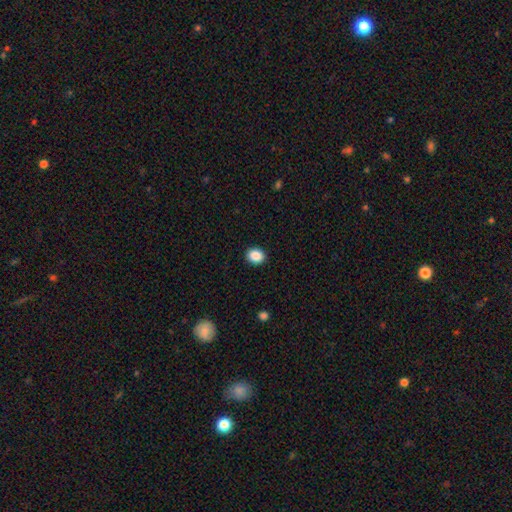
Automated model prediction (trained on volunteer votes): Smooth or featured? smooth (88%)
How rounded? round (61%)
Merging? none (92%)